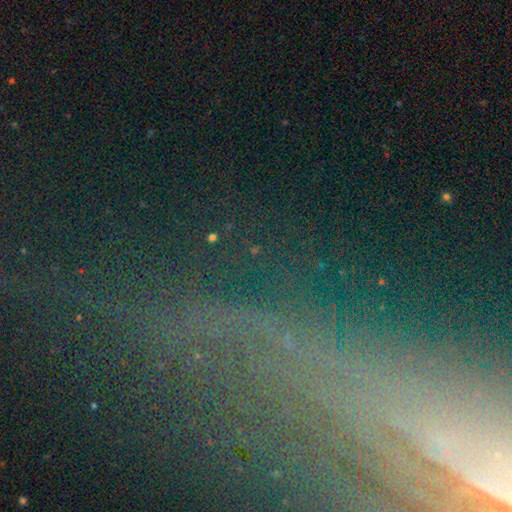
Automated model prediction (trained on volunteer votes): A star or artifact, not a galaxy (67%).

Vote fractions:
- Smooth or featured? star or artifact: 67% / featured or disk: 18% / smooth: 14%